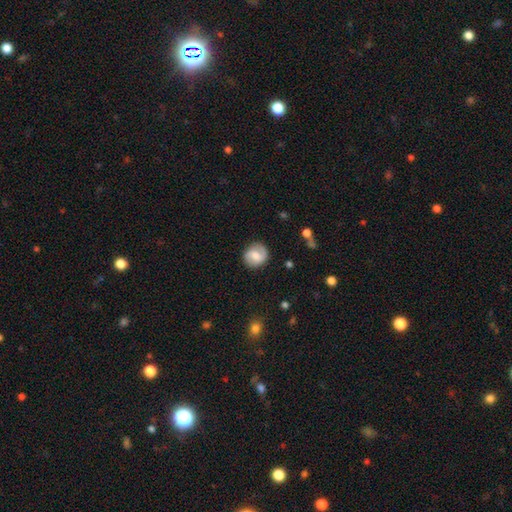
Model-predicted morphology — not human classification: Smooth or featured?
  - smooth: 51% *
  - featured or disk: 42%
  - star or artifact: 7%
How rounded?
  - round: 80% *
  - in between: 19%
  - cigar-shaped: 1%
Merging?
  - none: 83% *
  - minor disturbance: 12%
  - major disturbance: 3%
  - merger: 1%